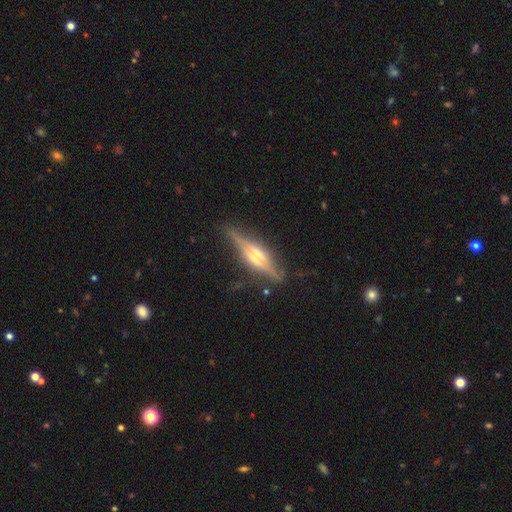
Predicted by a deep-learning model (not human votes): Q: Smooth or featured?
A: featured or disk (80%); runner-up: smooth (13%)
Q: Edge-on disk?
A: yes (96%); runner-up: no (4%)
Q: Edge-on bulge?
A: rounded (74%); runner-up: boxy (22%)
Q: Merging?
A: none (83%); runner-up: minor disturbance (12%)